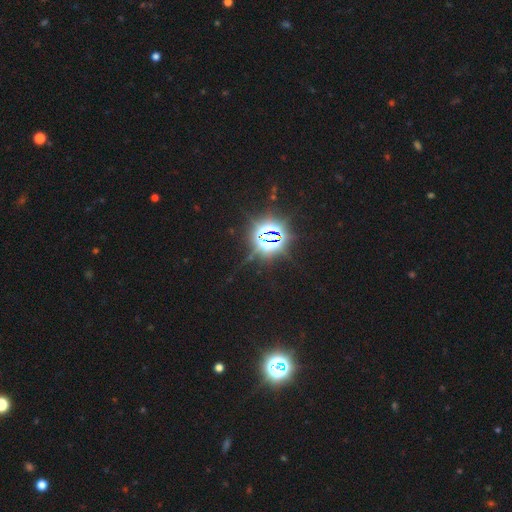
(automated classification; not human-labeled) A star or artifact, not a galaxy (84%).